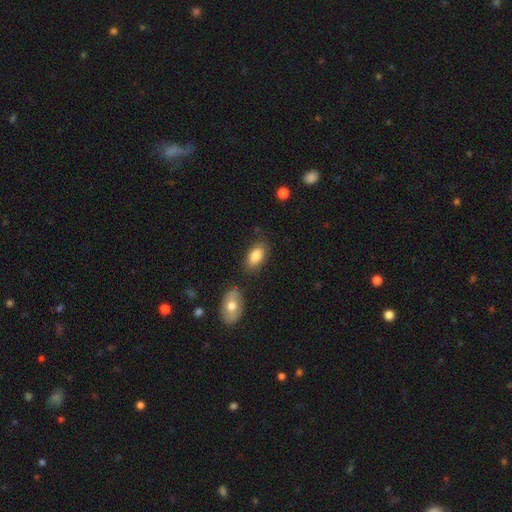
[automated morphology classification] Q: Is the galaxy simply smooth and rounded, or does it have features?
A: smooth — 83%.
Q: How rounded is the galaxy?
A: in between — 92%.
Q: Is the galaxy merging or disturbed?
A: none — 76%.